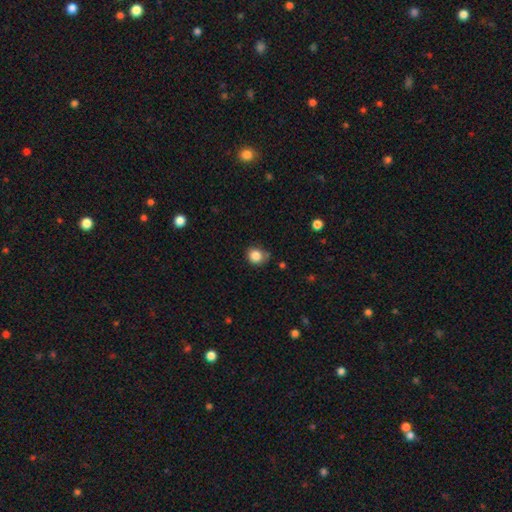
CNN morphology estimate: type=smooth (85%); roundness=round (81%); merging=none (68%).